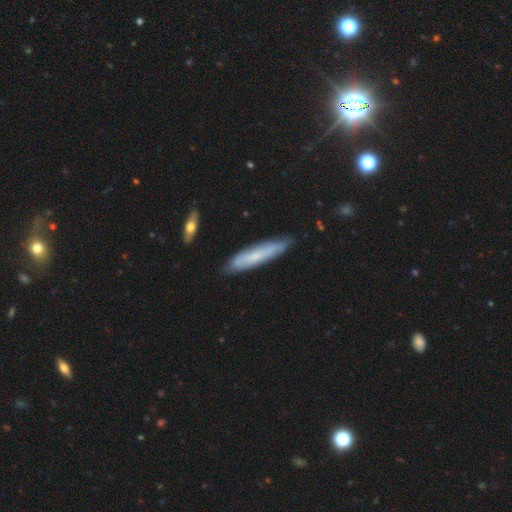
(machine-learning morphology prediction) Smooth or featured: smooth — 55% (featured or disk — 38%)
How rounded: cigar-shaped — 87% (in between — 12%)
Merging: none — 82% (minor disturbance — 15%)